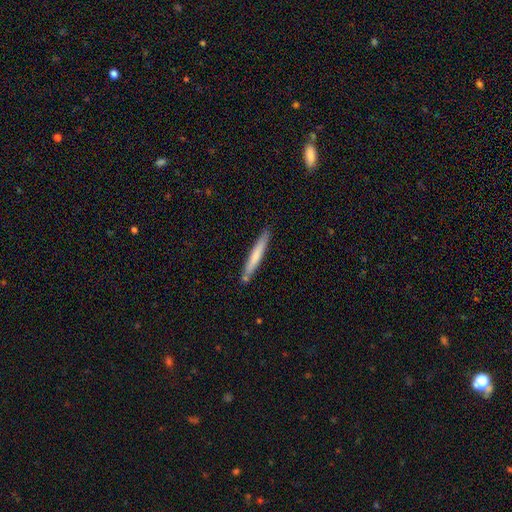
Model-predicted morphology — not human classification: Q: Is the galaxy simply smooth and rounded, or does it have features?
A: smooth — 66%.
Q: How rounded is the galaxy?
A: cigar-shaped — 96%.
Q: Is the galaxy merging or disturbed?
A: none — 84%.